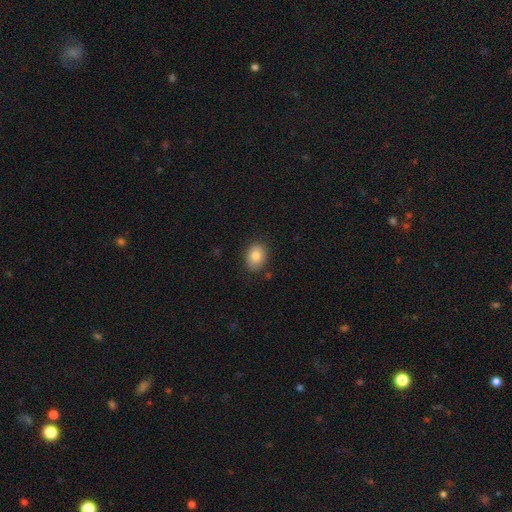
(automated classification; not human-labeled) The model was most divided on "how rounded": in between: 65%, round: 34%, cigar-shaped: 1%. More confident: merging — none (85%); smooth or featured — smooth (84%).